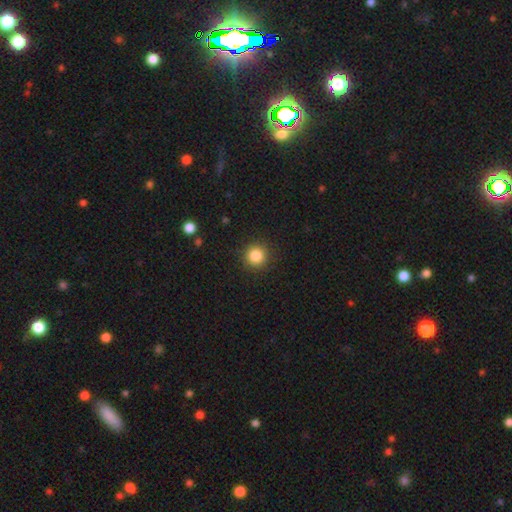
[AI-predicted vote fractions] Smooth or featured: smooth — 84% (star or artifact — 11%)
How rounded: round — 94% (in between — 5%)
Merging: none — 91% (minor disturbance — 6%)